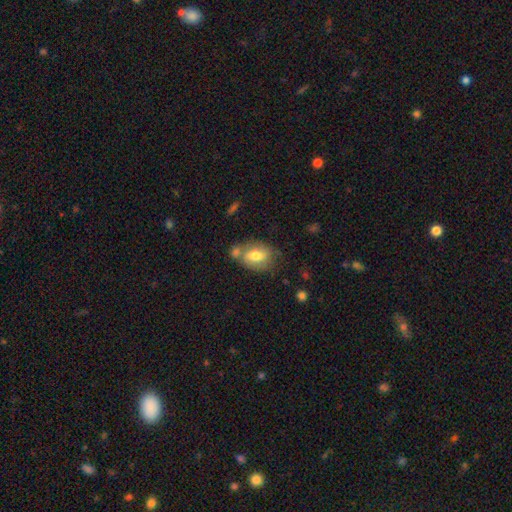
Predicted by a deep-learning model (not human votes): Q: Smooth or featured?
A: smooth (66%); runner-up: featured or disk (26%)
Q: How rounded?
A: in between (81%); runner-up: round (17%)
Q: Merging?
A: none (48%); runner-up: merger (26%)